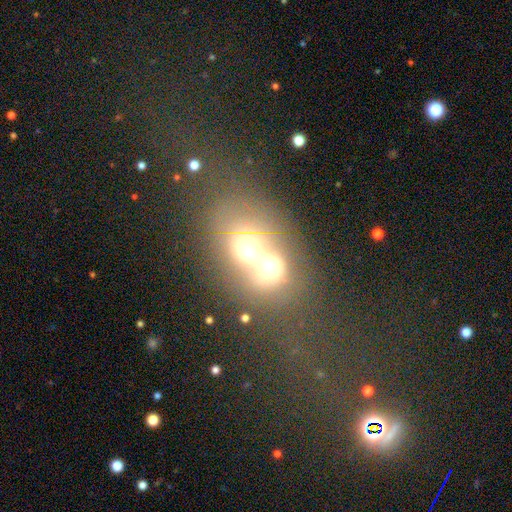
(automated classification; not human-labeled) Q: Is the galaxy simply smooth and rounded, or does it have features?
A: smooth — 44%.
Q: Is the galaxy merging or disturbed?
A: merger — 78%.